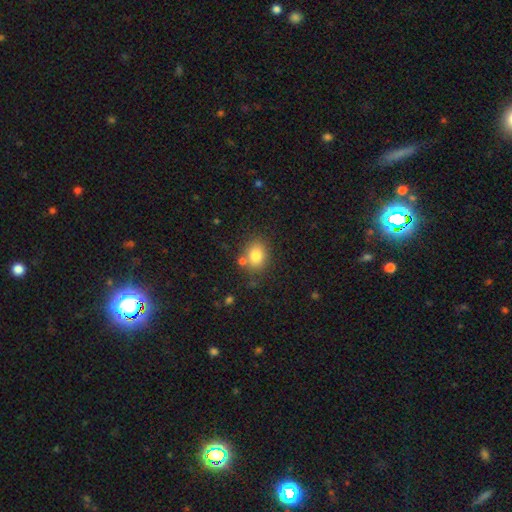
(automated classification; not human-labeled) This appears to be a smooth galaxy with no disk features (81%) that is round (54%). Merging: none (73%).